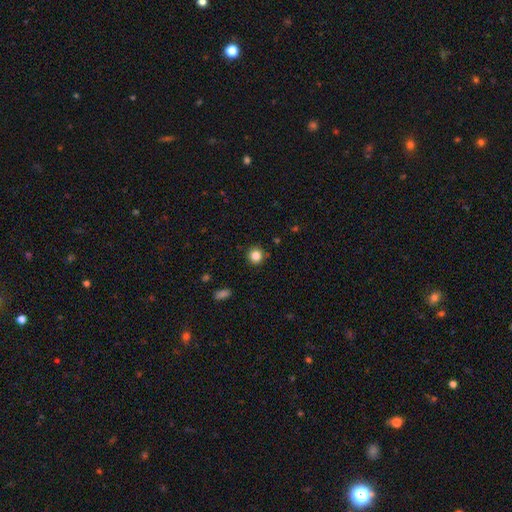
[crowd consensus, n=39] smooth 79%, featured or disk 10%, star or artifact 10%. Down the decision tree: how rounded — round (94%); merging — none (91%).